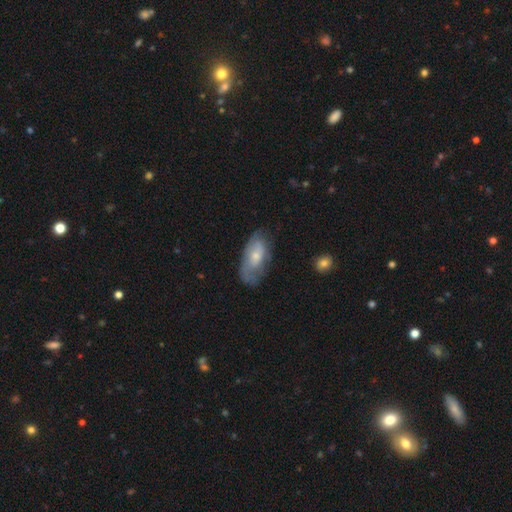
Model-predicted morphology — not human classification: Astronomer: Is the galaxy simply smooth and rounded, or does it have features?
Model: smooth — 52% (runner-up: featured or disk, 42%).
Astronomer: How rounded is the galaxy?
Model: in between — 90%.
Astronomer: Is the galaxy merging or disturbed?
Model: none — 52% (runner-up: minor disturbance, 31%).